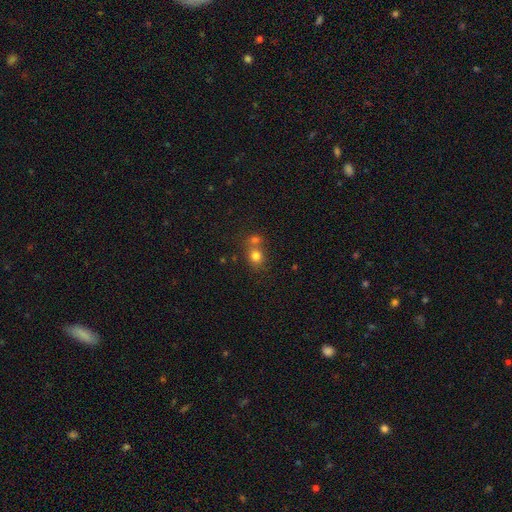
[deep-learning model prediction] Q: Smooth or featured?
A: smooth (78%); runner-up: star or artifact (13%)
Q: How rounded?
A: round (74%); runner-up: in between (25%)
Q: Merging?
A: none (46%); runner-up: merger (42%)